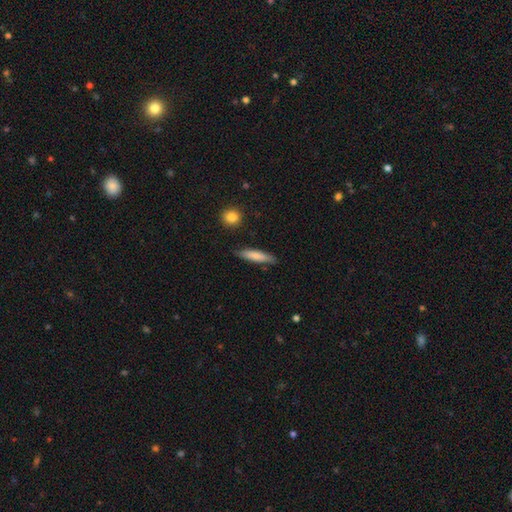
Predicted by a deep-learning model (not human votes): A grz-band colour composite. It shows a smooth galaxy with no disk features (75%) that is cigar-shaped (82%). Merging: none (83%).